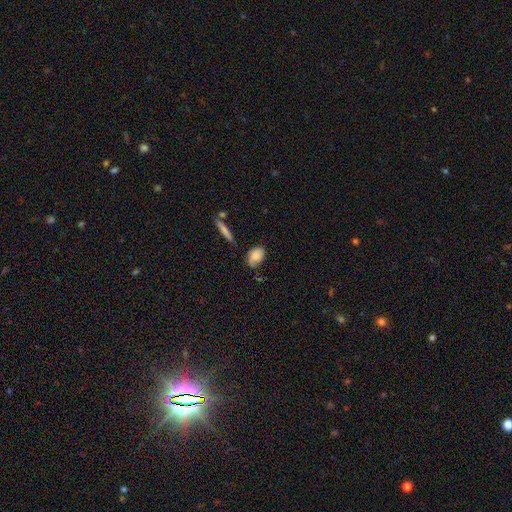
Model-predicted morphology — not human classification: This appears to be a smooth galaxy with no disk features (63%) that is in between round and cigar-shaped (76%). Merging: none (50%).